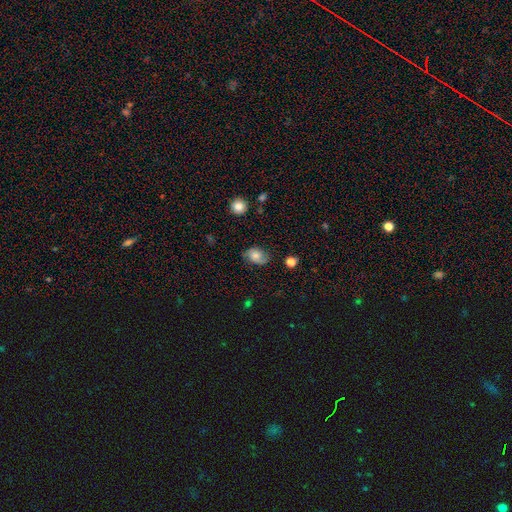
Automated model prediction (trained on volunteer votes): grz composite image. It shows a smooth galaxy with no disk features (49%). Merging: none (67%).